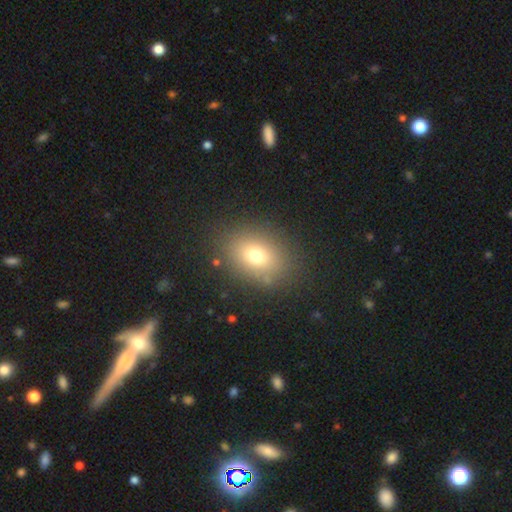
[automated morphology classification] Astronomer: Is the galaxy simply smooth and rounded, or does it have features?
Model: smooth — 72%.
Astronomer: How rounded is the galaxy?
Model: in between — 63%.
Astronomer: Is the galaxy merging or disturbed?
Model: none — 84%.